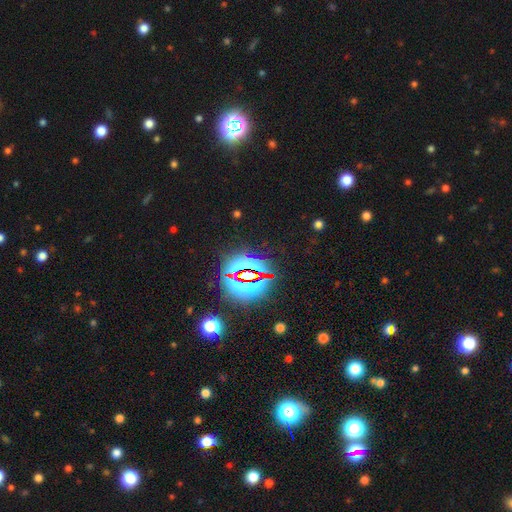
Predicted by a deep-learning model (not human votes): smooth-or-featured: star or artifact: 83% | smooth: 10% | featured or disk: 7%